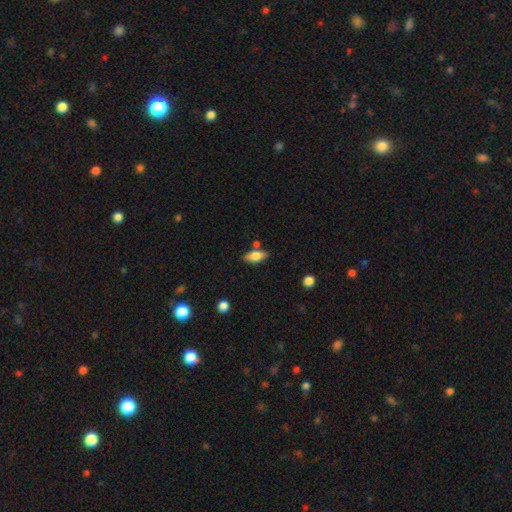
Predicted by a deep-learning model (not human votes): This is likely a smooth galaxy (69%). How rounded: clearly in between (83%). Merging: likely none (73%).